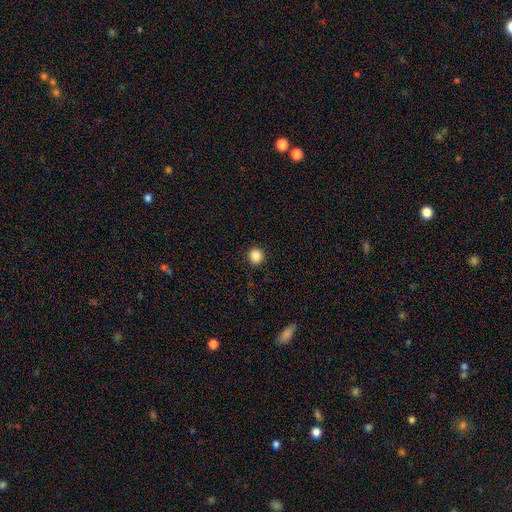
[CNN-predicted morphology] Smooth or featured: smooth — 87% (star or artifact — 10%)
How rounded: round — 93% (in between — 6%)
Merging: none — 92% (minor disturbance — 5%)